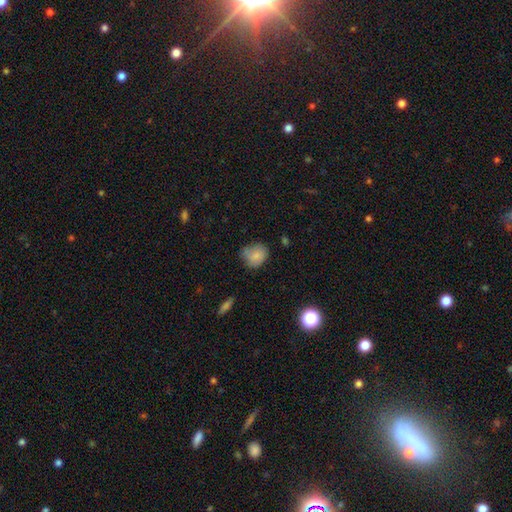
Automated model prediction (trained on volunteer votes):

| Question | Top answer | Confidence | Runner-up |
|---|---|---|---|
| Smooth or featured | smooth | 81% | star or artifact (9%) |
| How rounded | round | 64% | in between (35%) |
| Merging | none | 57% | minor disturbance (31%) |